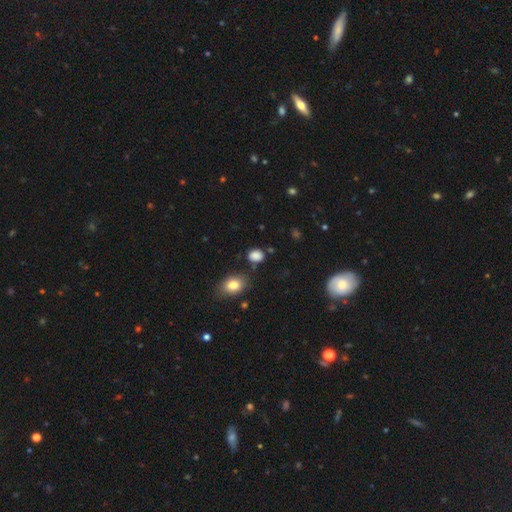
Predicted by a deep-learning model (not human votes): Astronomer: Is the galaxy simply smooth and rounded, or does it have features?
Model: smooth — 85%.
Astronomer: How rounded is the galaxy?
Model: round — 53% (runner-up: in between, 45%).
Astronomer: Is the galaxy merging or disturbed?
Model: none — 74%.